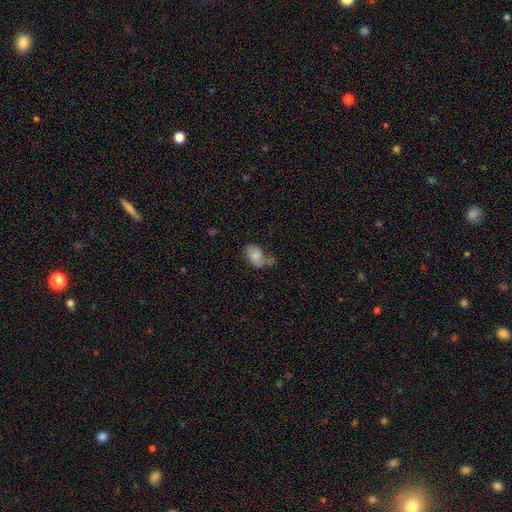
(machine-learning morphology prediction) Smooth or featured? Predicted: smooth (p=0.74). How rounded? Predicted: in between (p=0.87). Merging? Predicted: none (p=0.45).